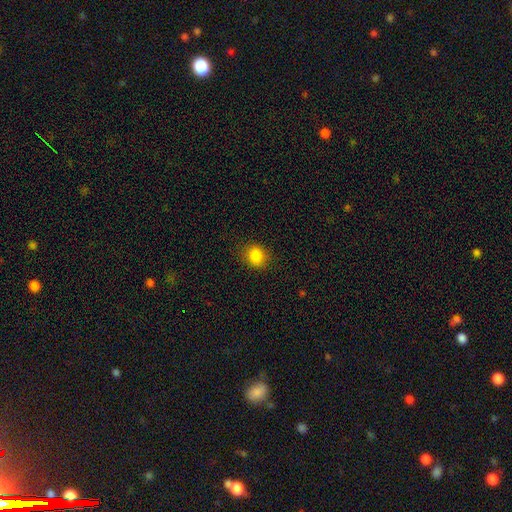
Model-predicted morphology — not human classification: smooth_or_featured: smooth (p=0.84) [alt: star or artifact p=0.11]
how_rounded: round (p=0.67) [alt: in between p=0.32]
merging: none (p=0.85) [alt: minor disturbance p=0.11]